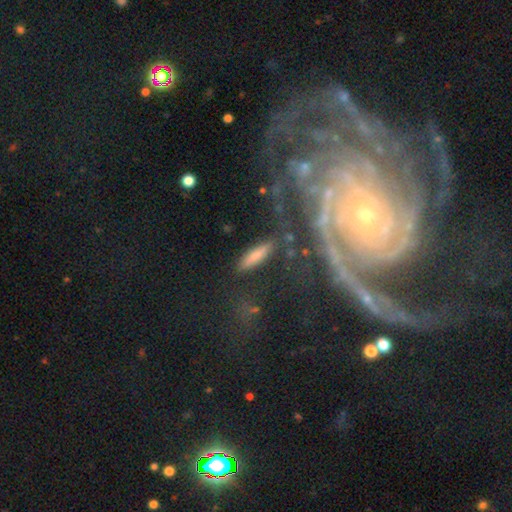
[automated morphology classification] Q: Smooth or featured?
A: smooth (69%); runner-up: featured or disk (22%)
Q: How rounded?
A: cigar-shaped (76%); runner-up: in between (21%)
Q: Merging?
A: none (78%); runner-up: minor disturbance (13%)